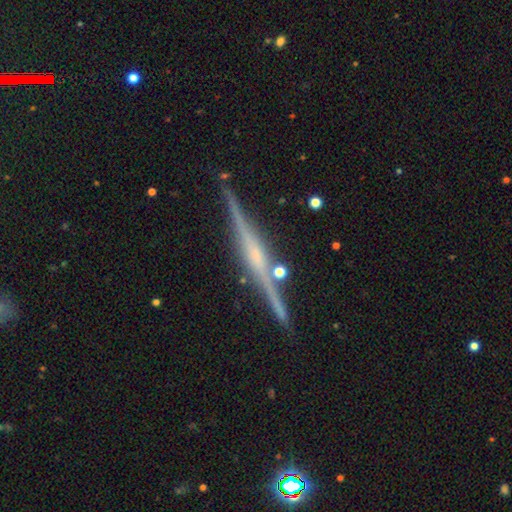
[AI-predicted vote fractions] featured or disk 85%, smooth 9%, star or artifact 6%. Down the decision tree: edge-on disk — yes (98%); edge-on bulge — rounded (54%); merging — none (88%).